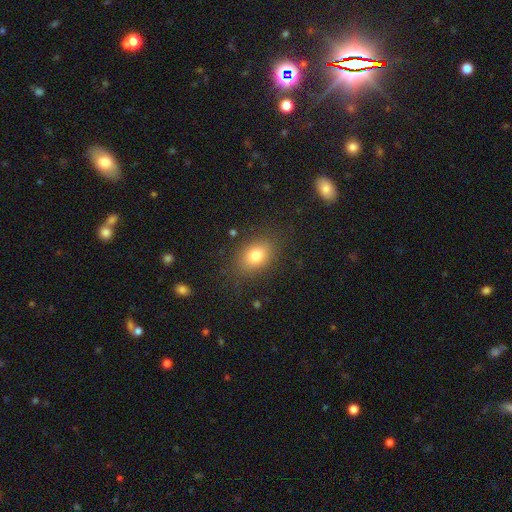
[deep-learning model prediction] This appears to be a smooth galaxy with no disk features (78%) that is in between round and cigar-shaped (73%). Merging: none (84%).